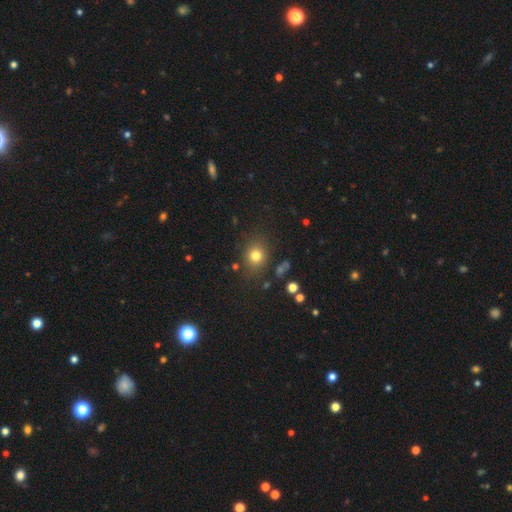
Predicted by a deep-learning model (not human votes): smooth_or_featured: smooth (p=0.77) [alt: star or artifact p=0.15]
how_rounded: round (p=0.67) [alt: in between p=0.31]
merging: none (p=0.80) [alt: minor disturbance p=0.12]